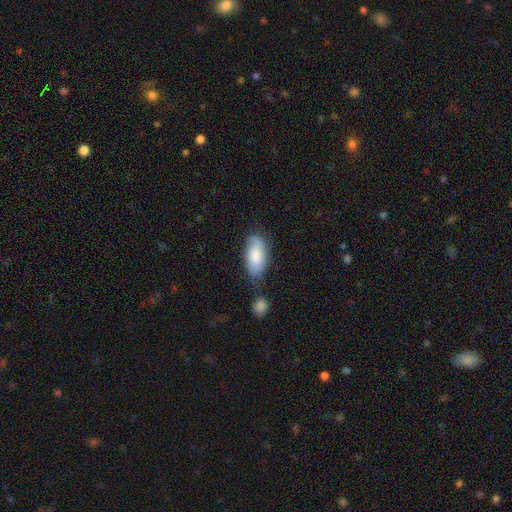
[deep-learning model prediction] smooth 79%, featured or disk 15%, star or artifact 6%. Down the decision tree: how rounded — in between (91%); merging — none (53%).